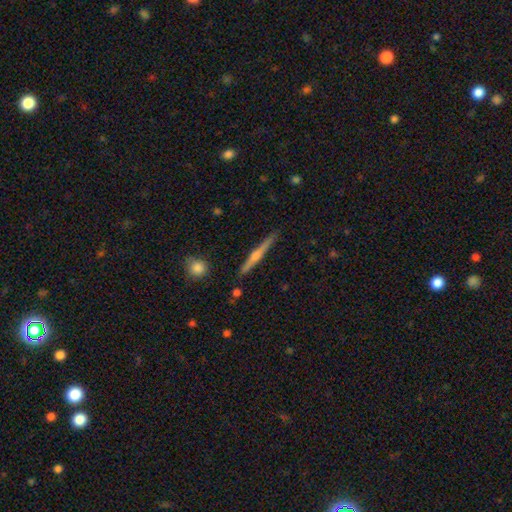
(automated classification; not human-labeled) This appears to be a featured or disk galaxy (74%) viewed edge-on (98%) with a rounded central bulge (83%). Merging: none (90%).